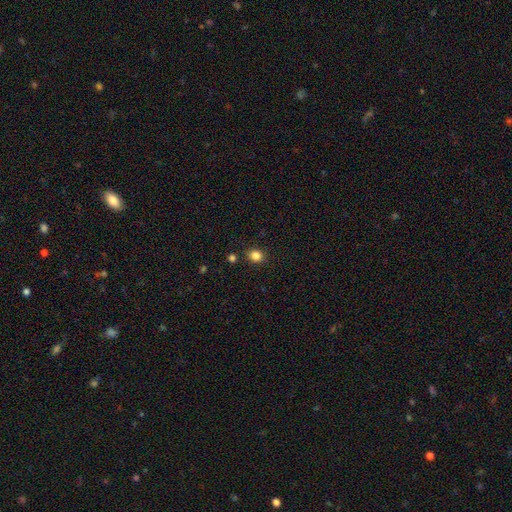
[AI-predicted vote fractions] Smooth or featured?
  - smooth: 84% *
  - star or artifact: 12%
  - featured or disk: 4%
How rounded?
  - round: 75% *
  - in between: 24%
  - cigar-shaped: 1%
Merging?
  - none: 86% *
  - minor disturbance: 9%
  - merger: 3%
  - major disturbance: 2%